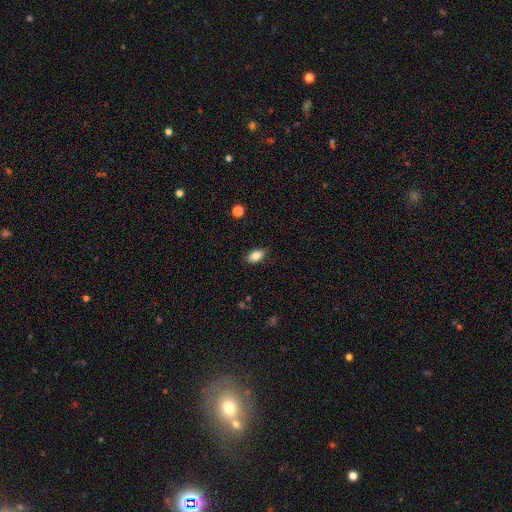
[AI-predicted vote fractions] The model was most divided on "merging": none: 81%, minor disturbance: 15%, major disturbance: 3%, merger: 1%. More confident: how rounded — in between (88%); smooth or featured — smooth (84%).